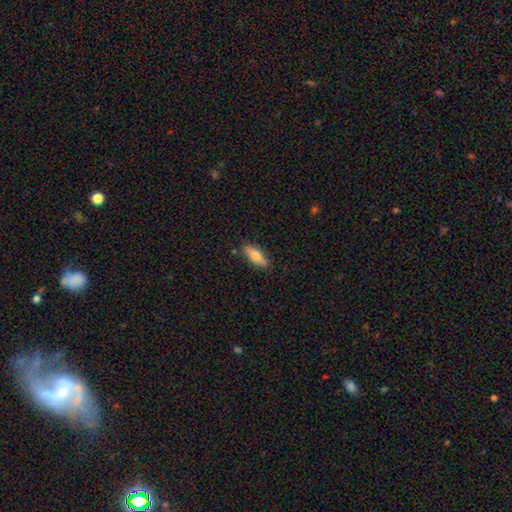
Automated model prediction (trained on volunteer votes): Smooth or featured? Predicted: smooth (p=0.69). How rounded? Predicted: in between (p=0.54). Merging? Predicted: none (p=0.84).